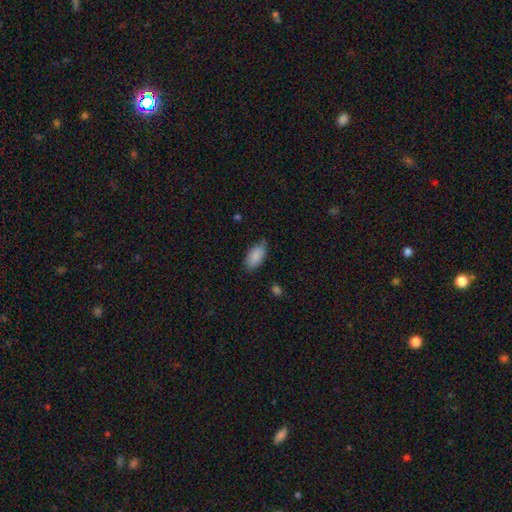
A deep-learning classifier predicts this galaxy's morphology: Smooth or featured? smooth (88%)
How rounded? in between (91%)
Merging? none (72%)